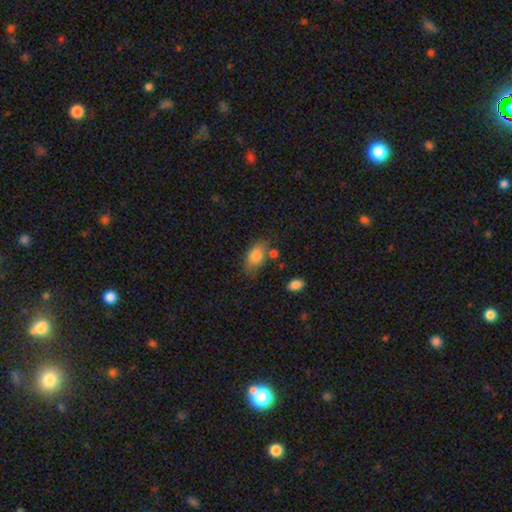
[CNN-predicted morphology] Overall: smooth (82%). How rounded: in between (89%). Merging: none (64%).